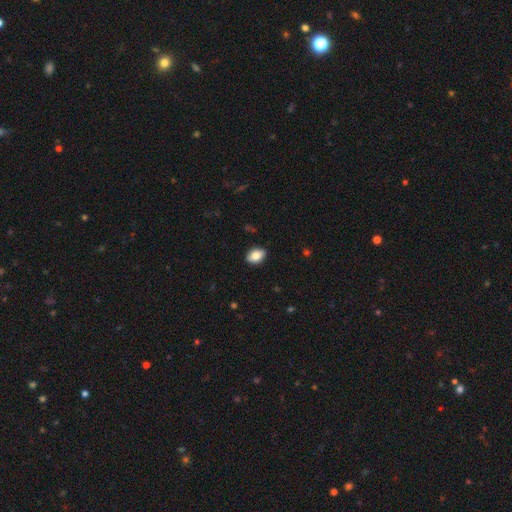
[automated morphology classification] Overall: smooth (83%). How rounded: in between (83%). Merging: none (88%).